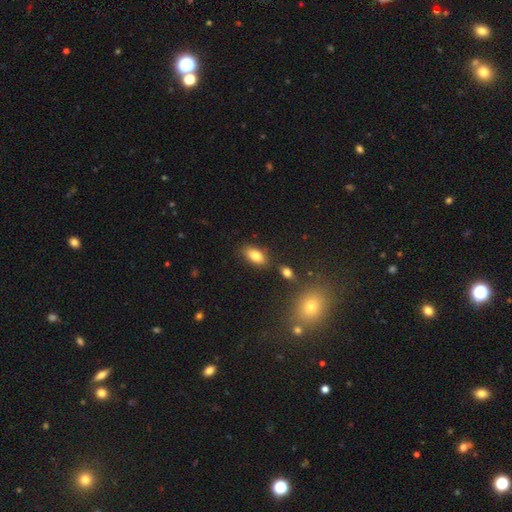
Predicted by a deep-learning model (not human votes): This is clearly a smooth galaxy (82%). How rounded: clearly in between (89%). Merging: likely none (78%).